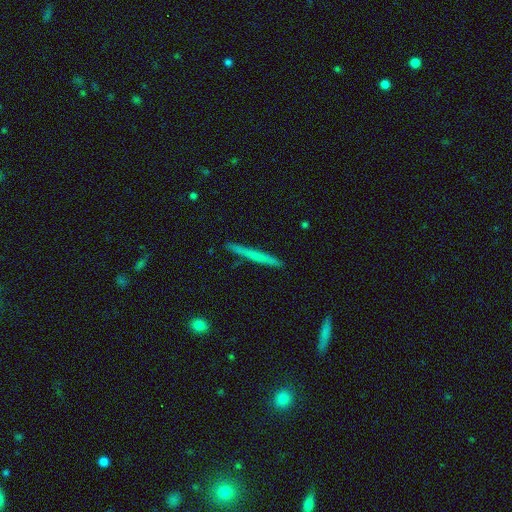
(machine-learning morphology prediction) This is possibly a smooth galaxy (52%). How rounded: clearly cigar-shaped (96%). Merging: clearly none (91%).